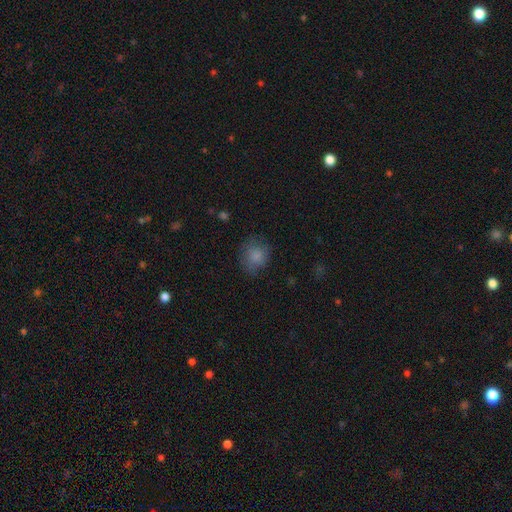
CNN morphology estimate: smooth_or_featured: smooth (p=0.82) [alt: star or artifact p=0.09]
how_rounded: round (p=0.80) [alt: in between p=0.19]
merging: none (p=0.70) [alt: minor disturbance p=0.20]